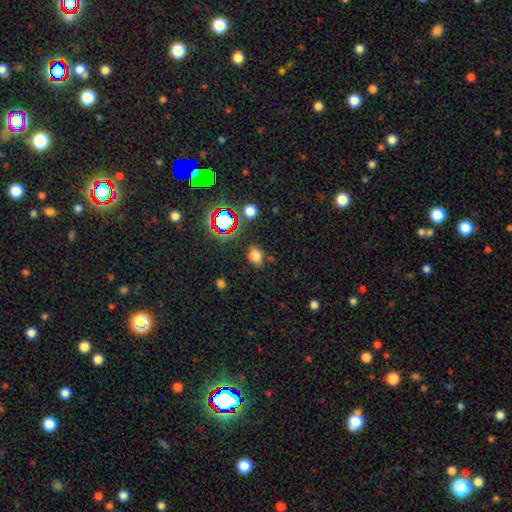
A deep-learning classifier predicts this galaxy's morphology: A smooth galaxy with no disk features (70%) that is in between round and cigar-shaped (63%). Merging: none (72%).